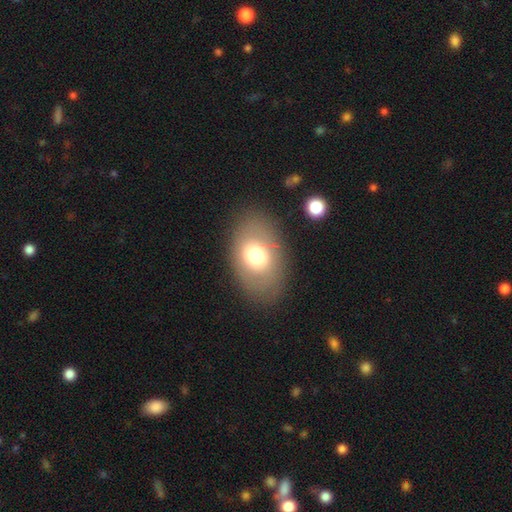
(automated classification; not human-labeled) A smooth galaxy with no disk features (63%) that is in between round and cigar-shaped (80%). Merging: none (80%).